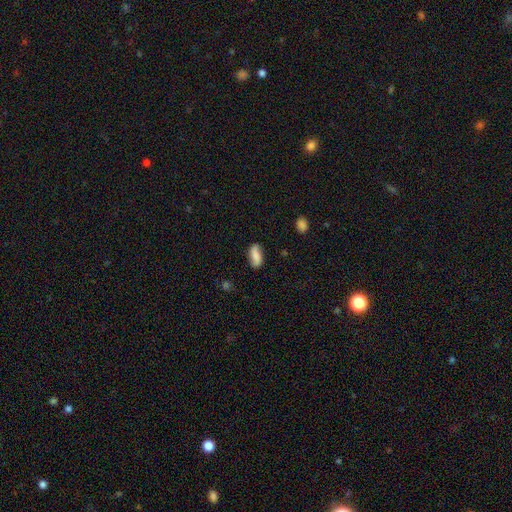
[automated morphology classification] Smooth or featured? Predicted: smooth (p=0.82). How rounded? Predicted: in between (p=0.85). Merging? Predicted: none (p=0.77).